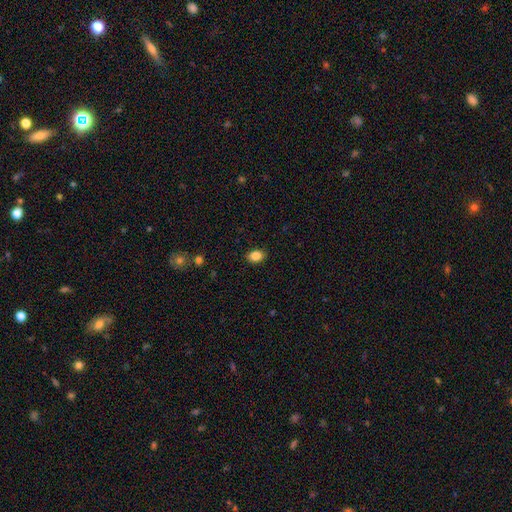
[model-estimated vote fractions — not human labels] The model was most divided on "how rounded": in between: 73%, round: 26%, cigar-shaped: 1%. More confident: merging — none (88%); smooth or featured — smooth (86%).